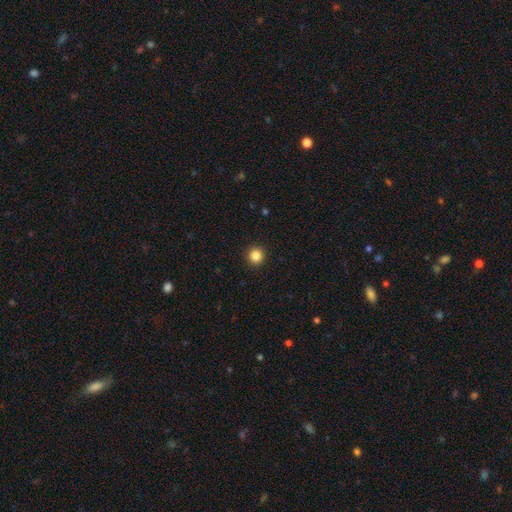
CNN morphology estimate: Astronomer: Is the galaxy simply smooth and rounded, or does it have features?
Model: smooth — 86%.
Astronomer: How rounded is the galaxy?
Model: round — 95%.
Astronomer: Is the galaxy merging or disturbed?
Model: none — 93%.